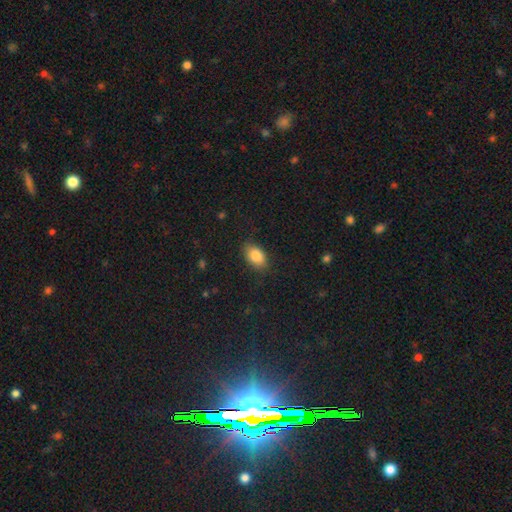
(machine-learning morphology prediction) This appears to be a smooth galaxy with no disk features (85%) that is in between round and cigar-shaped (86%). Merging: none (85%).